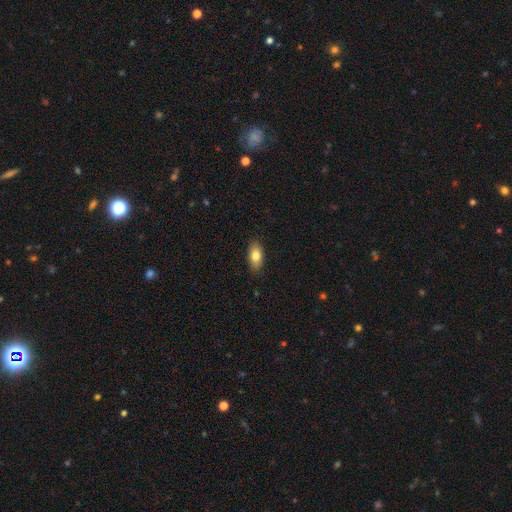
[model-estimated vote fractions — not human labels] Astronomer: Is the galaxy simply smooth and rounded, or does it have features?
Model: smooth — 81%.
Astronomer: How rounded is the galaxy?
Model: in between — 89%.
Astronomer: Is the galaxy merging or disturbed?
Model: none — 87%.